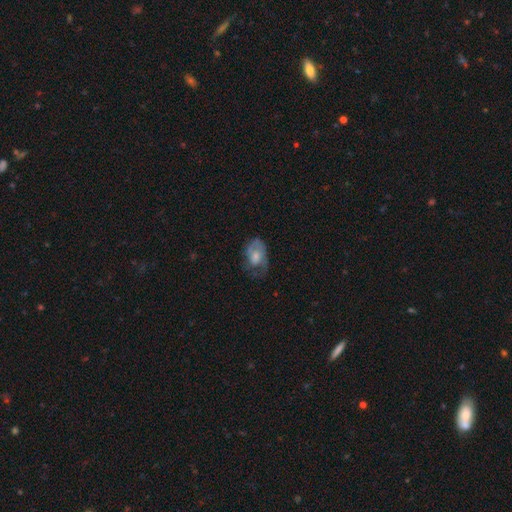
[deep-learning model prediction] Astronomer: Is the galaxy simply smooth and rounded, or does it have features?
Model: featured or disk — 47% (runner-up: smooth, 45%).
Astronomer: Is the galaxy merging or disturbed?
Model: none — 40% (runner-up: major disturbance, 29%).